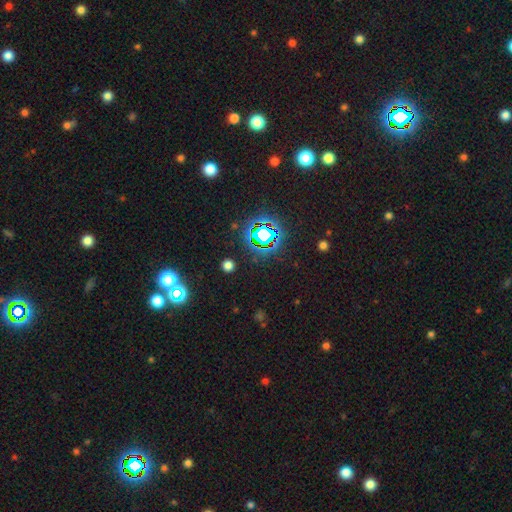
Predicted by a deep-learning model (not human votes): Smooth or featured? Predicted: star or artifact (p=0.77).